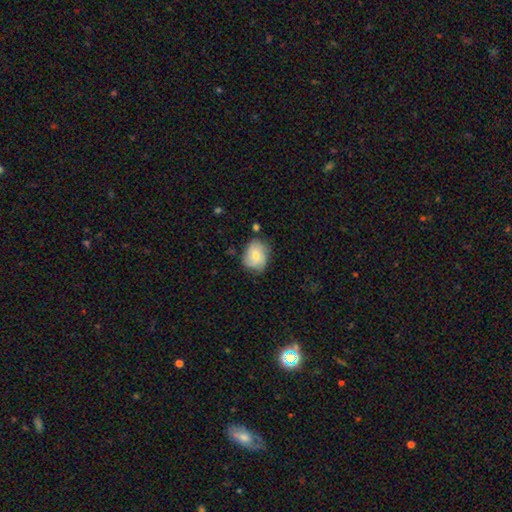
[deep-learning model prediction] This appears to be a smooth galaxy with no disk features (66%) that is round (53%). Merging: none (63%).